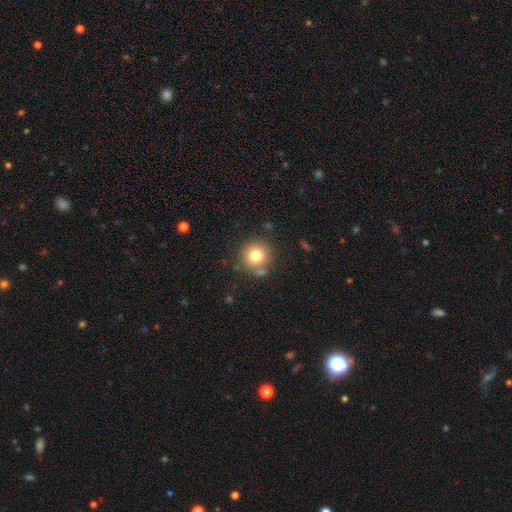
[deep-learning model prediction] This is likely a smooth galaxy (78%). How rounded: clearly round (93%). Merging: likely none (78%).